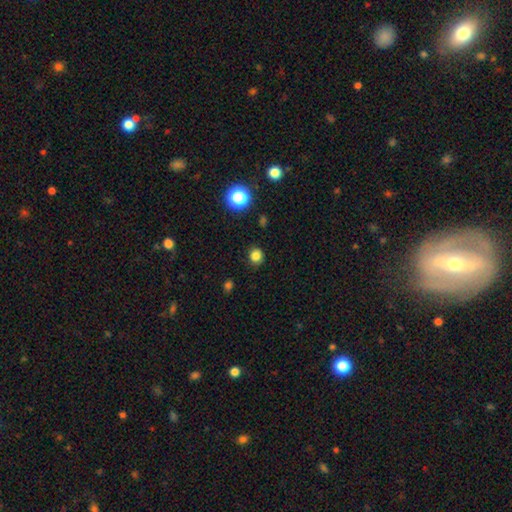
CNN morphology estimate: type=smooth (82%); roundness=round (85%); merging=none (89%).